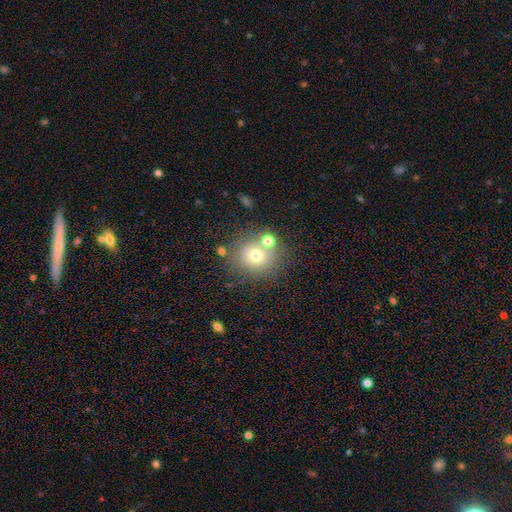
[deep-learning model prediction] smooth-or-featured: smooth: 69% | featured or disk: 16% | star or artifact: 15%
  how-rounded: round: 86% | in between: 13% | cigar-shaped: 1%
  merging: none: 68% | merger: 16% | minor disturbance: 11% | major disturbance: 5%